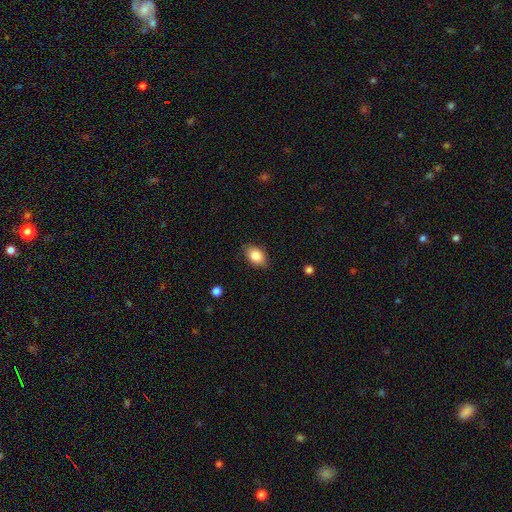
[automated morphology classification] smooth-or-featured: smooth: 86% | star or artifact: 7% | featured or disk: 7%
  how-rounded: in between: 84% | round: 14% | cigar-shaped: 1%
  merging: none: 84% | minor disturbance: 13% | major disturbance: 3% | merger: 1%